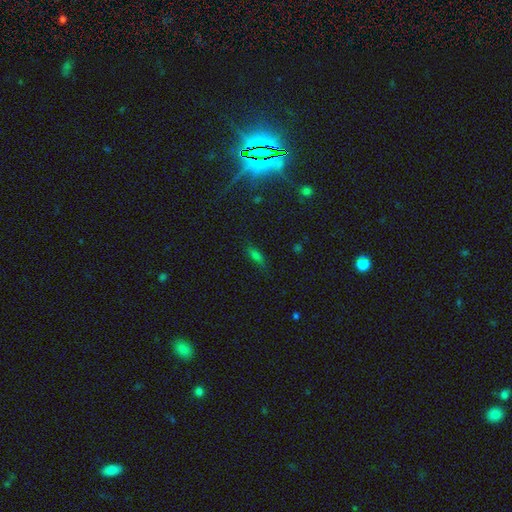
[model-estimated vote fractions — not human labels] This appears to be a smooth galaxy with no disk features (54%) that is in between round and cigar-shaped (58%). Merging: none (72%).